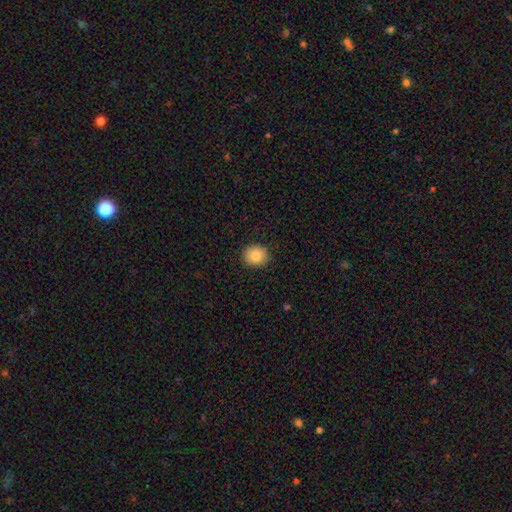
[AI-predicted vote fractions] Q: Smooth or featured?
A: smooth (85%); runner-up: star or artifact (9%)
Q: How rounded?
A: round (74%); runner-up: in between (25%)
Q: Merging?
A: none (91%); runner-up: minor disturbance (7%)